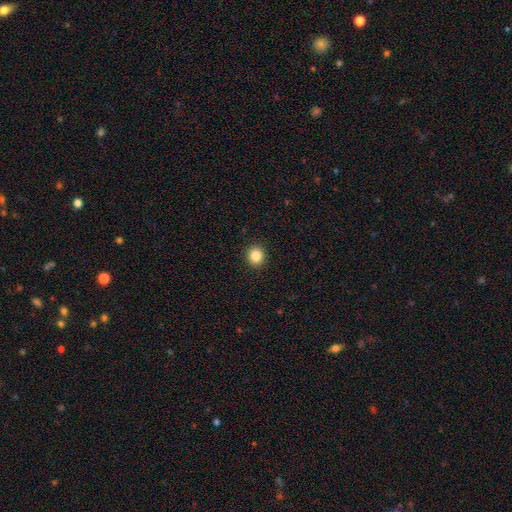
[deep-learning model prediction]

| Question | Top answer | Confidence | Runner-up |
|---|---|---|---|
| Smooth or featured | smooth | 86% | star or artifact (10%) |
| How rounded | round | 84% | in between (15%) |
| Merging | none | 92% | minor disturbance (5%) |